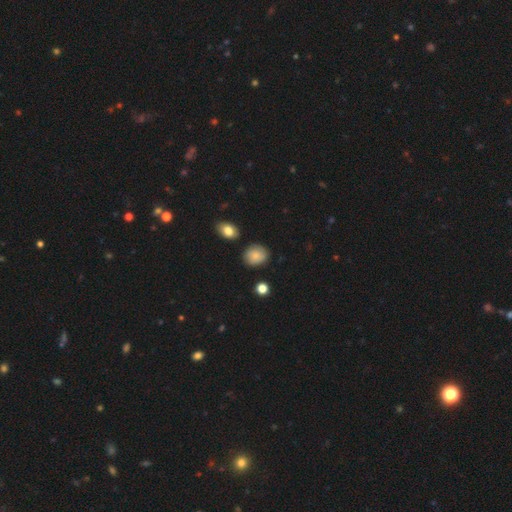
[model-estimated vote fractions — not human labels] This appears to be a smooth galaxy with no disk features (78%) that is round (54%). Merging: none (78%).